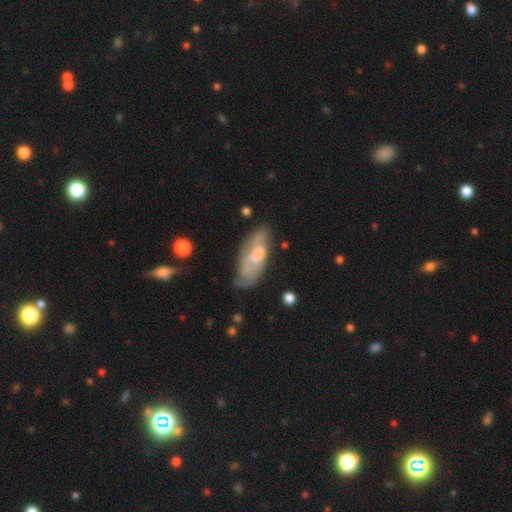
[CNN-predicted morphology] smooth-or-featured: featured or disk: 54% | smooth: 39% | star or artifact: 7%
  disk-edge-on: no: 85% | yes: 15%
  merging: none: 56% | minor disturbance: 27% | major disturbance: 12% | merger: 5%